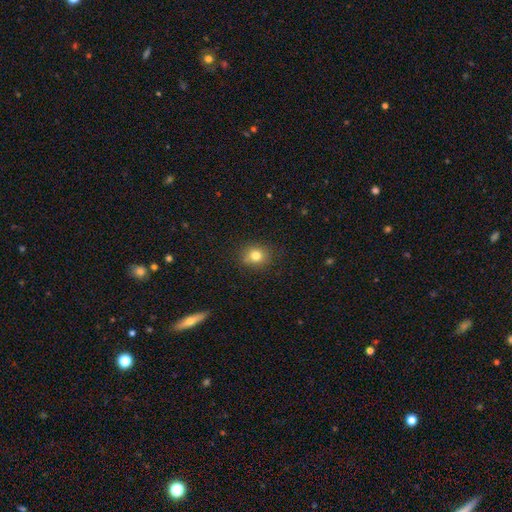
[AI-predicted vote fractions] smooth 79%, star or artifact 12%, featured or disk 8%. Down the decision tree: how rounded — round (73%); merging — none (84%).